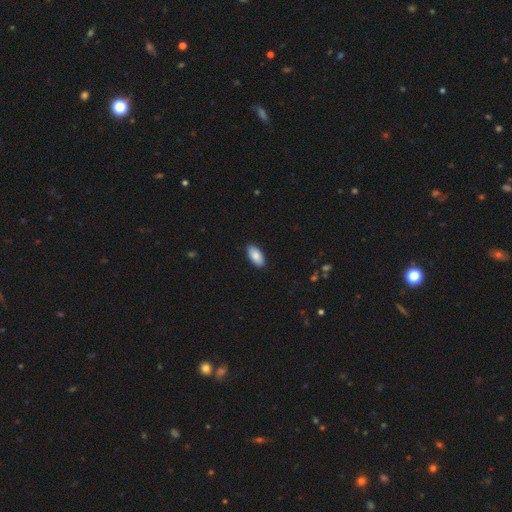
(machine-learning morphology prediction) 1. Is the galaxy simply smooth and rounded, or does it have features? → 87% smooth, 7% featured or disk, 6% star or artifact.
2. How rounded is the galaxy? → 93% in between, 5% cigar-shaped, 2% round.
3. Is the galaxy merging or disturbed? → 90% none, 8% minor disturbance, 2% major disturbance, 1% merger.